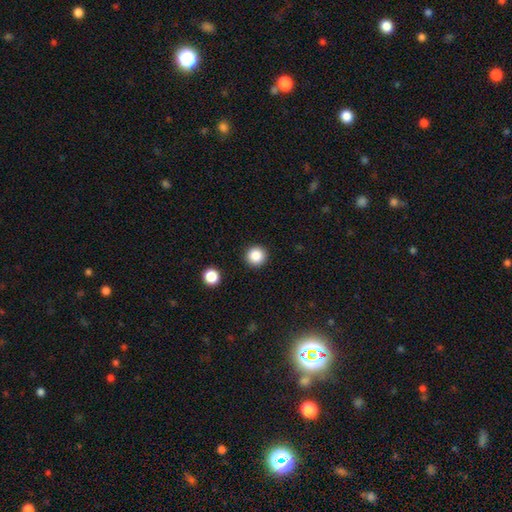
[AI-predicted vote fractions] This is clearly a smooth galaxy (86%). How rounded: clearly round (95%). Merging: clearly none (92%).